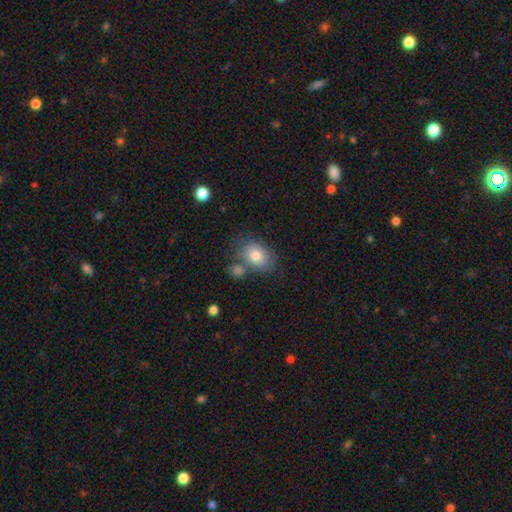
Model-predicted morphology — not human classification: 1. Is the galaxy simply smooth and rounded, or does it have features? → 78% smooth, 13% featured or disk, 9% star or artifact.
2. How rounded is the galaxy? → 70% in between, 29% round, 1% cigar-shaped.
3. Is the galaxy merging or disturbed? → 61% none, 17% merger, 17% minor disturbance, 5% major disturbance.